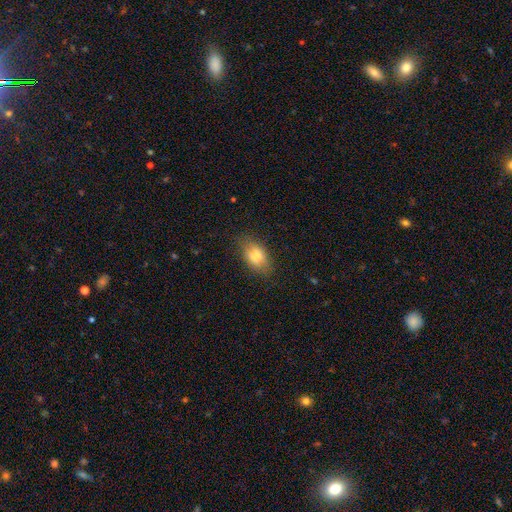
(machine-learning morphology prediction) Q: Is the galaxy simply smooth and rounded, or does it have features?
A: smooth — 77%.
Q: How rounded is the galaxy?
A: in between — 83%.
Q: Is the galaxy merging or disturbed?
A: none — 79%.